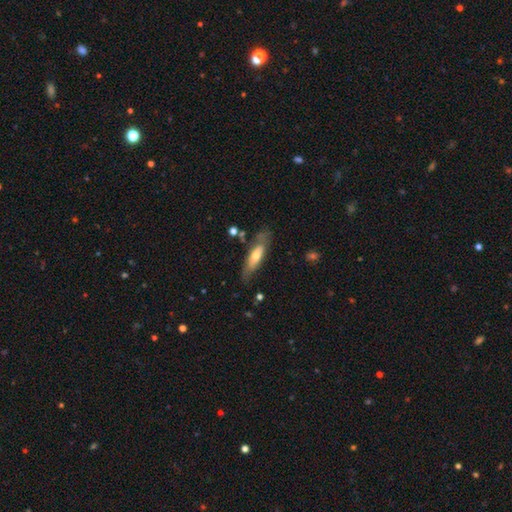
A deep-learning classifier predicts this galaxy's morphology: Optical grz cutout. It shows a smooth galaxy with no disk features (51%) that is cigar-shaped (52%). Merging: none (68%).